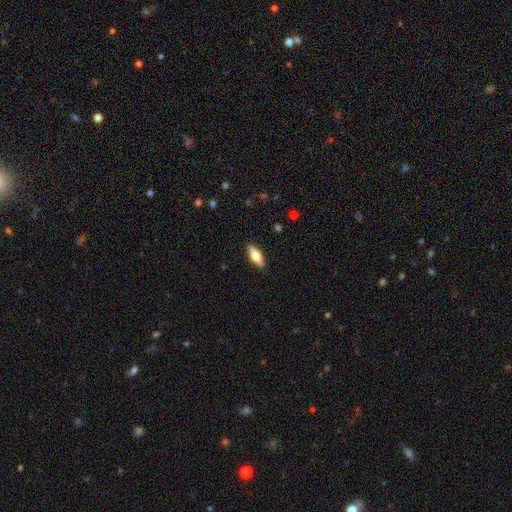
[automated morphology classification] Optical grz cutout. It shows a smooth galaxy with no disk features (63%) that is in between round and cigar-shaped (65%). Merging: none (89%).